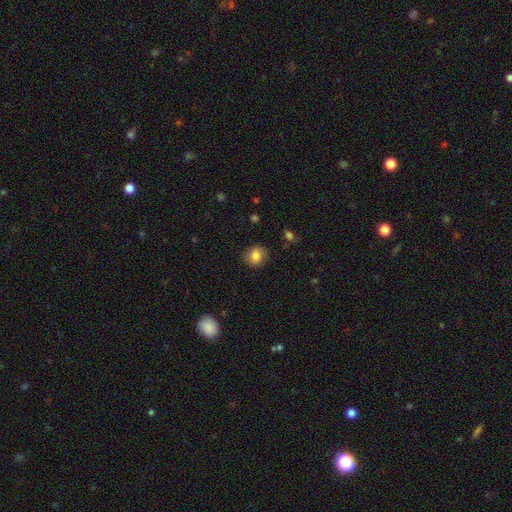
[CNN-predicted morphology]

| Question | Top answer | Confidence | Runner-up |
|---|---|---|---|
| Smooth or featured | smooth | 84% | star or artifact (9%) |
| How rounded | round | 73% | in between (26%) |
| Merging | none | 86% | minor disturbance (10%) |